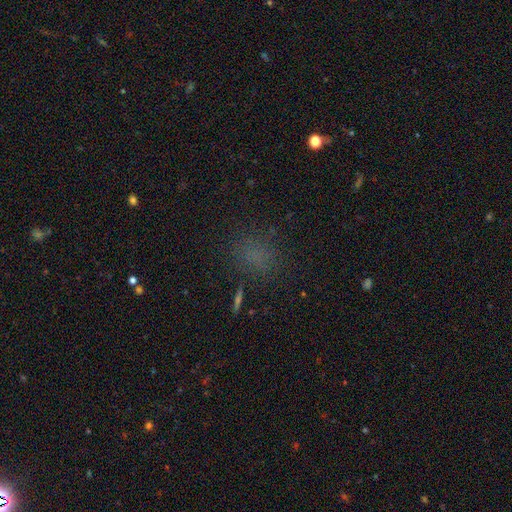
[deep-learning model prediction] smooth 66%, star or artifact 26%, featured or disk 8%. Down the decision tree: how rounded — in between (49%); merging — none (77%).